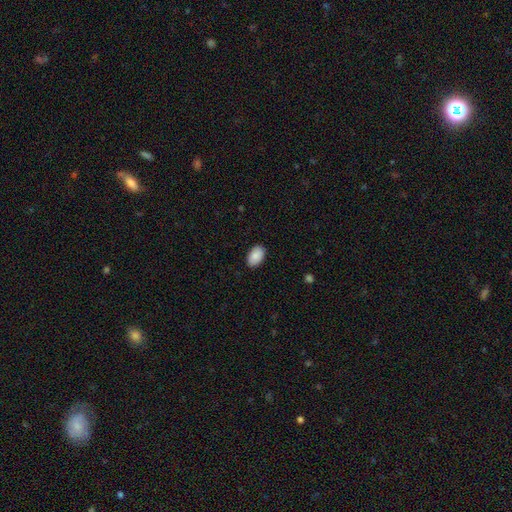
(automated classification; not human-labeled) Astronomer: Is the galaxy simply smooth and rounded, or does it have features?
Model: smooth — 88%.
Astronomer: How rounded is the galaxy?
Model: in between — 93%.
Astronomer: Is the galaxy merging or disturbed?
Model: none — 88%.